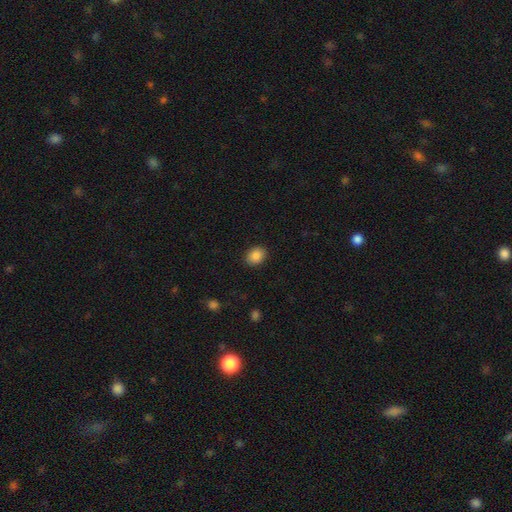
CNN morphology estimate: smooth_or_featured: smooth (p=0.88) [alt: star or artifact p=0.09]
how_rounded: in between (p=0.56) [alt: round p=0.43]
merging: none (p=0.89) [alt: minor disturbance p=0.08]